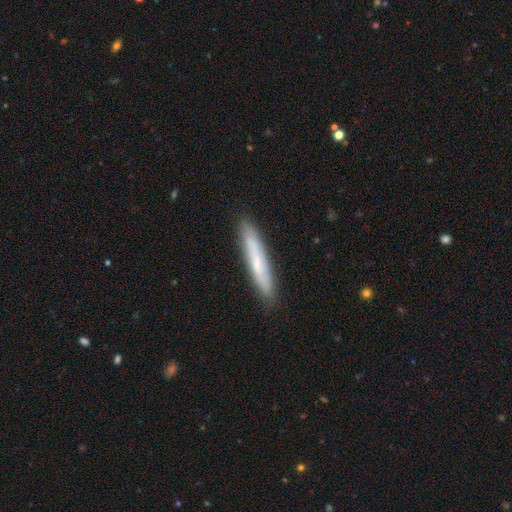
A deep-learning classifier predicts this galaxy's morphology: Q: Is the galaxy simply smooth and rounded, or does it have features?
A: smooth — 59%.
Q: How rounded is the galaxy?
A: cigar-shaped — 93%.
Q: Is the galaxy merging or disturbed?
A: none — 90%.